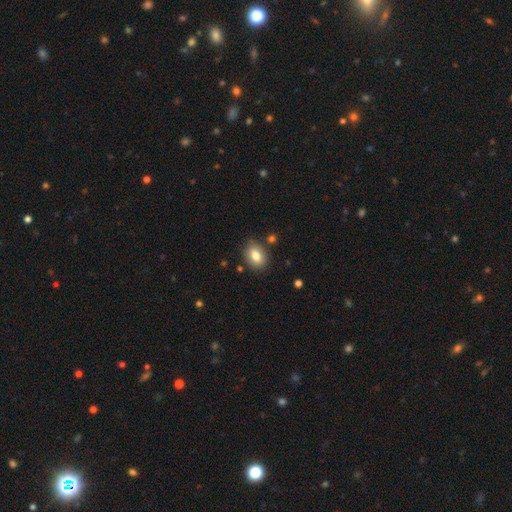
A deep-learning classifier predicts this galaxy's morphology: Smooth or featured? Predicted: smooth (p=0.79). How rounded? Predicted: in between (p=0.74). Merging? Predicted: none (p=0.81).